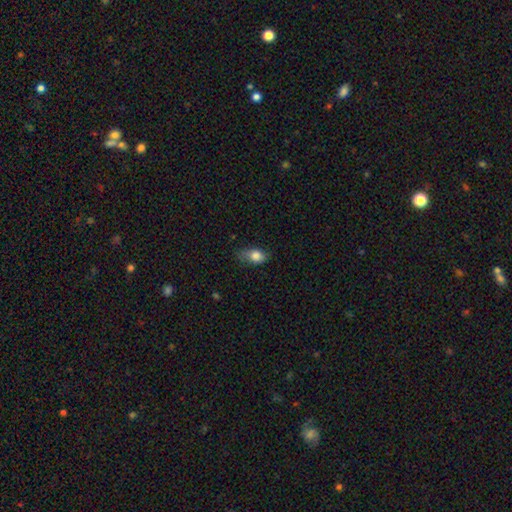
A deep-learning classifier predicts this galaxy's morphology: smooth_or_featured: smooth (p=0.82) [alt: featured or disk p=0.10]
how_rounded: in between (p=0.81) [alt: round p=0.16]
merging: none (p=0.54) [alt: minor disturbance p=0.34]